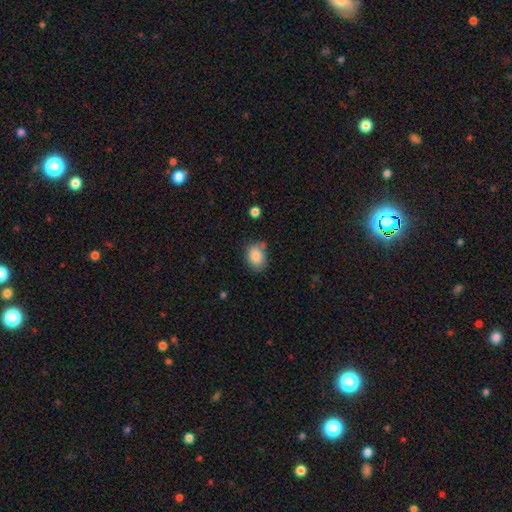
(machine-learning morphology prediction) smooth-or-featured: smooth: 86% | star or artifact: 8% | featured or disk: 6%
  how-rounded: in between: 69% | round: 30% | cigar-shaped: 1%
  merging: none: 67% | minor disturbance: 23% | merger: 5% | major disturbance: 5%